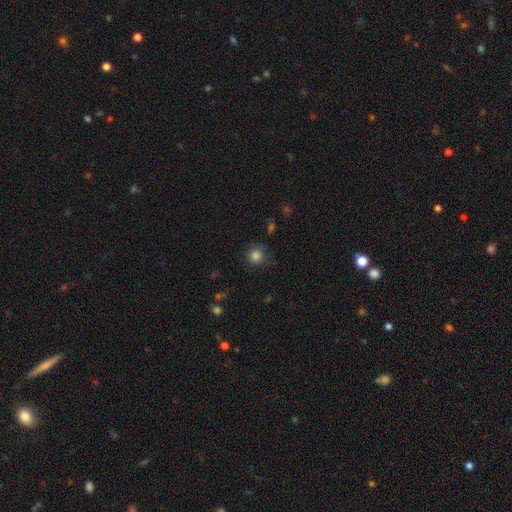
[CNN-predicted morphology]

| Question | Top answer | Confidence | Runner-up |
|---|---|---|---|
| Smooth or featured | smooth | 83% | star or artifact (12%) |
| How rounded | round | 90% | in between (9%) |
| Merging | none | 77% | minor disturbance (16%) |